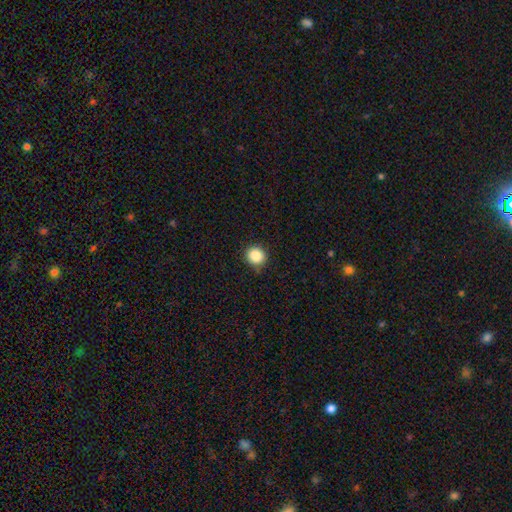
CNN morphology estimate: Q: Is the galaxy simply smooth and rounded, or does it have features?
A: smooth — 86%.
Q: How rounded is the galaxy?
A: round — 91%.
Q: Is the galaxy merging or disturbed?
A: none — 84%.